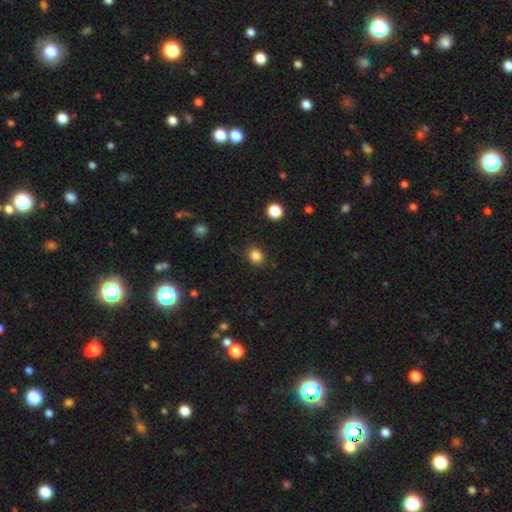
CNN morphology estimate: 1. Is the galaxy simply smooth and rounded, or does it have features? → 84% smooth, 12% star or artifact, 4% featured or disk.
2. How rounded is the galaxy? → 67% round, 32% in between, 1% cigar-shaped.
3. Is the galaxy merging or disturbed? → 86% none, 9% minor disturbance, 3% major disturbance, 2% merger.